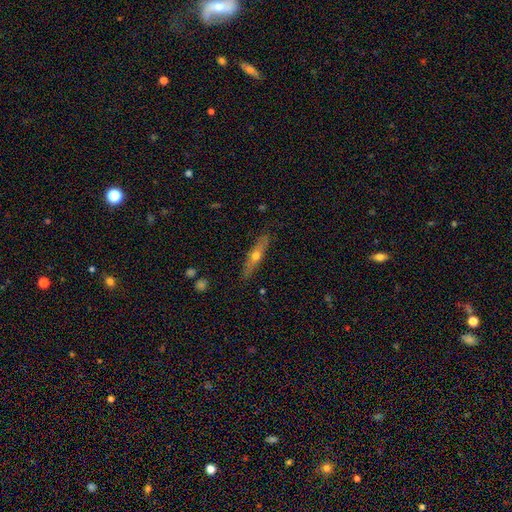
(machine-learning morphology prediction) Q: Smooth or featured?
A: featured or disk (59%); runner-up: smooth (34%)
Q: Edge-on disk?
A: yes (90%); runner-up: no (10%)
Q: Edge-on bulge?
A: rounded (90%); runner-up: none (8%)
Q: Merging?
A: none (88%); runner-up: minor disturbance (9%)